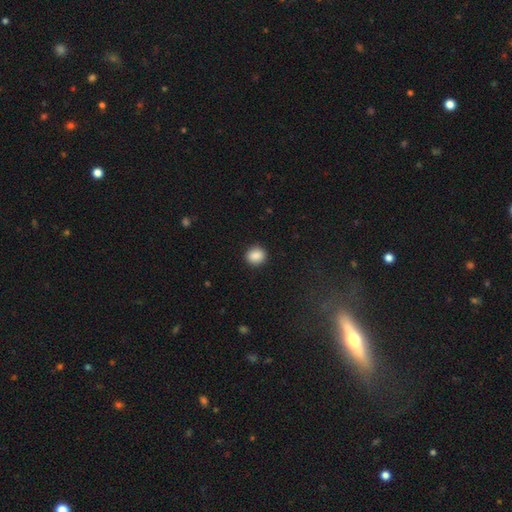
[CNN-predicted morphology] type=smooth (88%); roundness=round (79%); merging=none (90%).